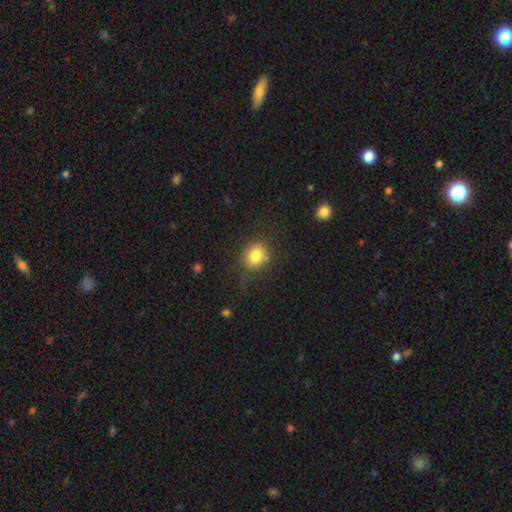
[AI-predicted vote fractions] A smooth galaxy with no disk features (81%) that is round (72%). Merging: none (70%).